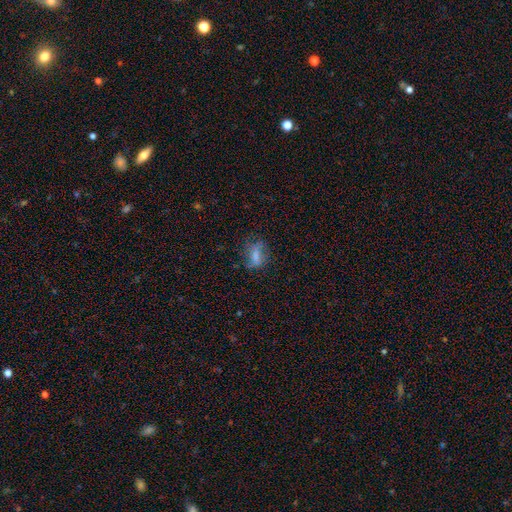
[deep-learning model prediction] A smooth galaxy with no disk features (65%) that is in between round and cigar-shaped (71%). Merging: none (59%).